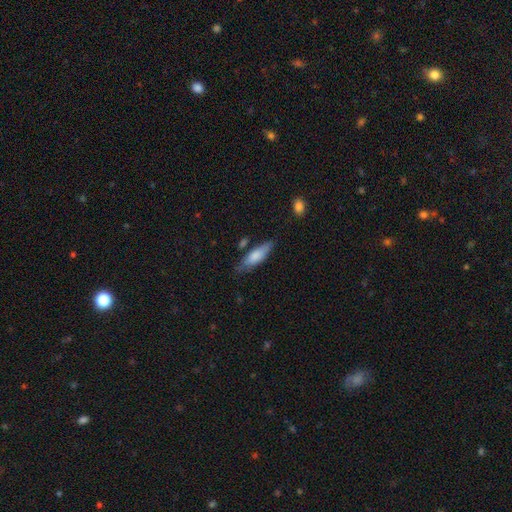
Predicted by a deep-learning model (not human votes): This is likely a smooth galaxy (77%). How rounded: possibly cigar-shaped (51%). Merging: likely none (69%).